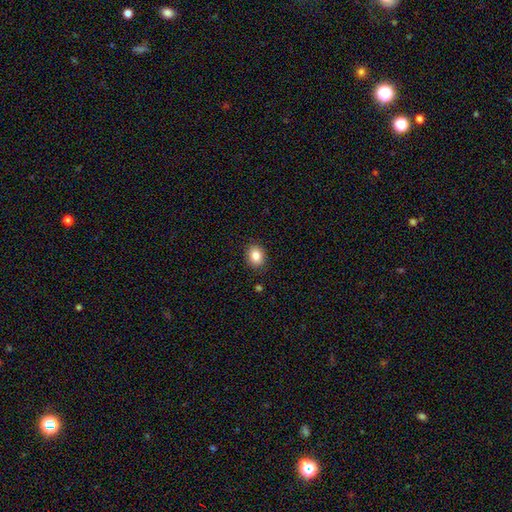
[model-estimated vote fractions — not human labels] A smooth galaxy with no disk features (84%) that is round (57%).

Vote fractions:
- Smooth or featured? smooth: 84% / star or artifact: 10% / featured or disk: 6%
- How rounded? round: 57% / in between: 42% / cigar-shaped: 1%
- Merging? none: 89% / minor disturbance: 8% / major disturbance: 2% / merger: 1%